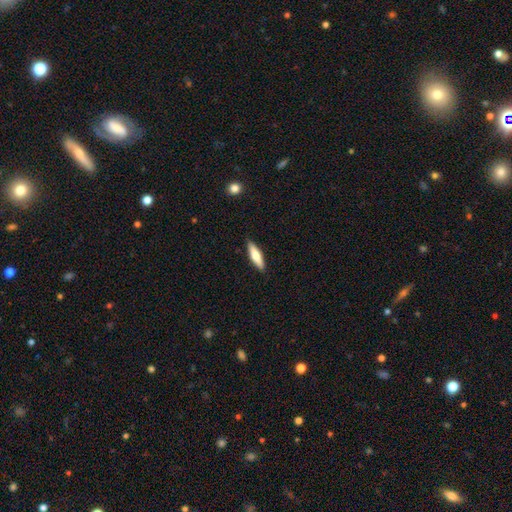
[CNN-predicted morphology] This is likely a smooth galaxy (64%). How rounded: likely cigar-shaped (70%). Merging: clearly none (89%).